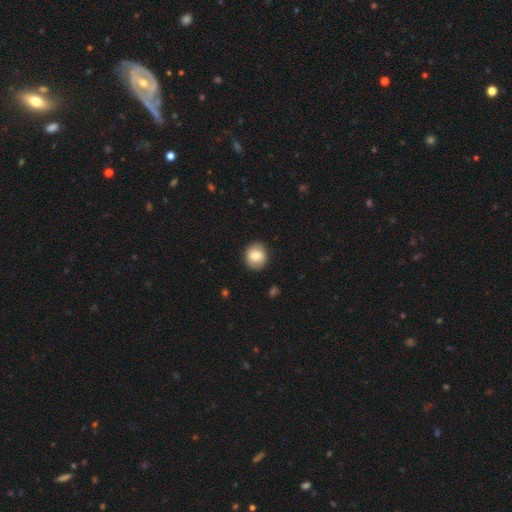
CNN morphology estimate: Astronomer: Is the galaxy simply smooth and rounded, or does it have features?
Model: smooth — 79%.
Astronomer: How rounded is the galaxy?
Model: round — 80%.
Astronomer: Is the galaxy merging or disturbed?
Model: none — 88%.